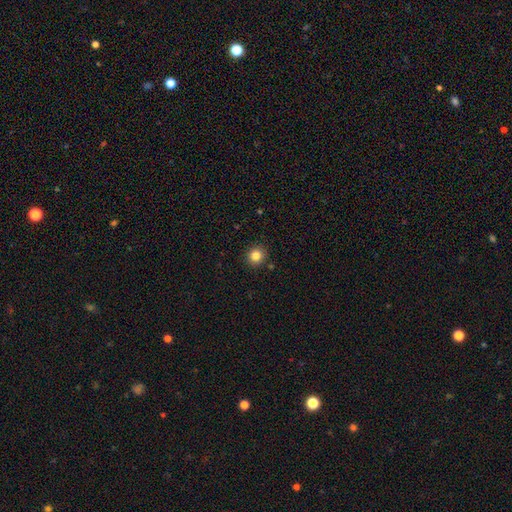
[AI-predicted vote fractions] Smooth or featured: smooth — 84% (star or artifact — 11%)
How rounded: round — 90% (in between — 10%)
Merging: none — 91% (minor disturbance — 6%)